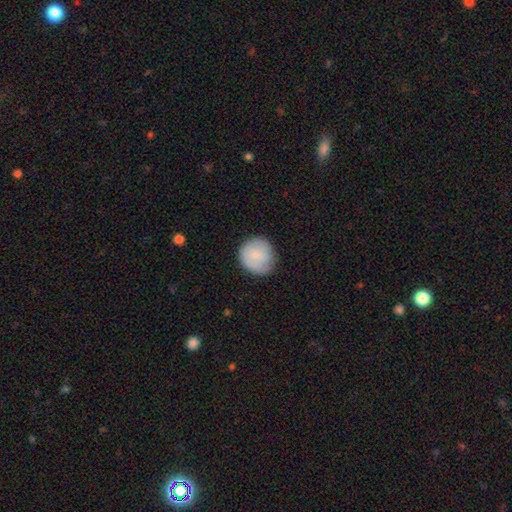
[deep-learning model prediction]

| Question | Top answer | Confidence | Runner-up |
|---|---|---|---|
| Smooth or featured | smooth | 77% | featured or disk (18%) |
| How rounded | round | 92% | in between (7%) |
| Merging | none | 79% | minor disturbance (16%) |